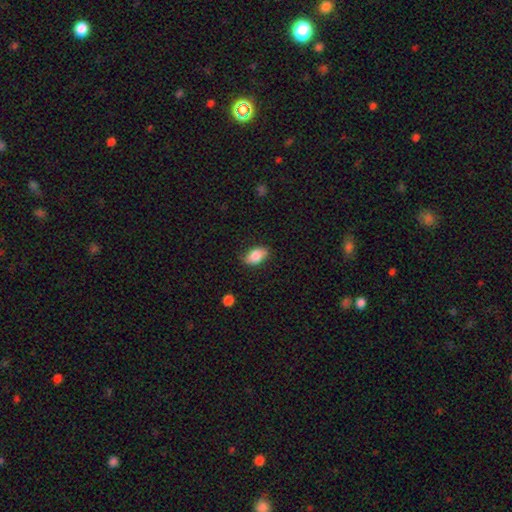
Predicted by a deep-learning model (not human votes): Overall: smooth (82%). How rounded: in between (89%). Merging: none (78%).